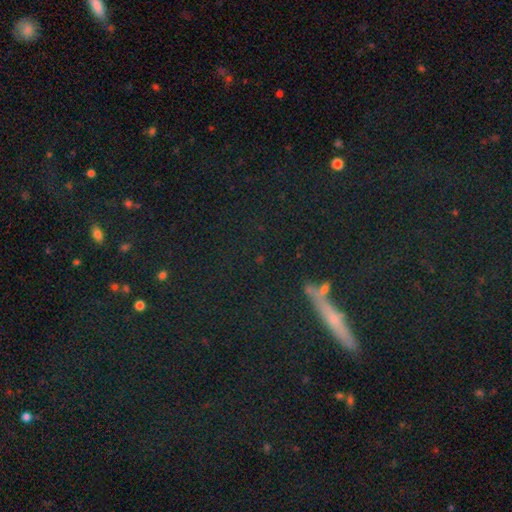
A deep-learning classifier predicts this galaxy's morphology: Smooth or featured? star or artifact (49%)